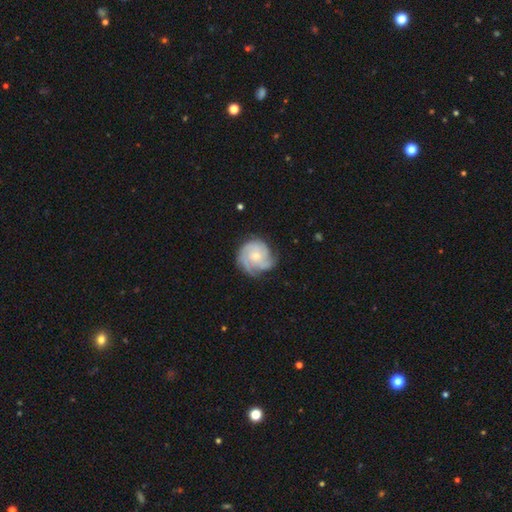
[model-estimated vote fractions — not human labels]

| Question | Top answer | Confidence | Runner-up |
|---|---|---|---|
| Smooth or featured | featured or disk | 77% | smooth (17%) |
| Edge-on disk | no | 98% | yes (2%) |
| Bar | no | 80% | weak (18%) |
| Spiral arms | yes | 94% | no (6%) |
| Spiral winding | tight | 64% | medium (29%) |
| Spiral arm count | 3 | 38% | can't tell (22%) |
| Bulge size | small | 57% | moderate (37%) |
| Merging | none | 70% | minor disturbance (21%) |